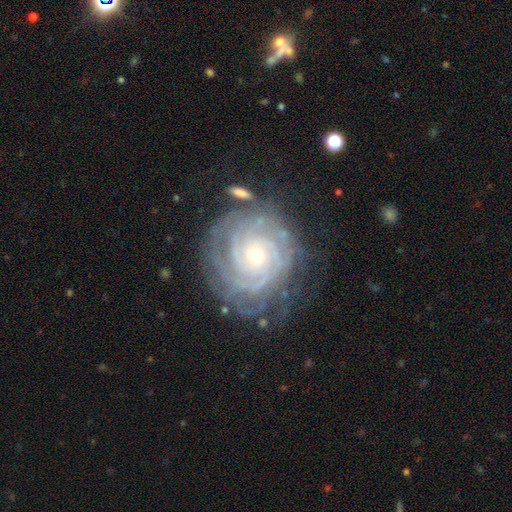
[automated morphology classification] Q: Smooth or featured?
A: featured or disk (88%); runner-up: star or artifact (6%)
Q: Edge-on disk?
A: no (97%); runner-up: yes (3%)
Q: Bar?
A: no (79%); runner-up: weak (15%)
Q: Spiral arms?
A: yes (97%); runner-up: no (3%)
Q: Spiral winding?
A: tight (84%); runner-up: medium (13%)
Q: Spiral arm count?
A: can't tell (26%); runner-up: 4 (25%)
Q: Bulge size?
A: small (67%); runner-up: moderate (30%)
Q: Merging?
A: none (72%); runner-up: minor disturbance (18%)